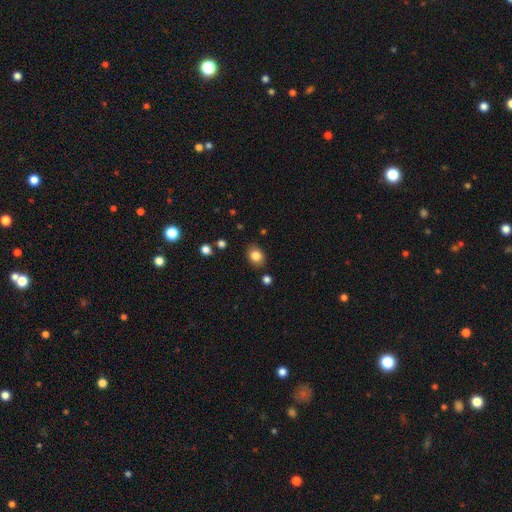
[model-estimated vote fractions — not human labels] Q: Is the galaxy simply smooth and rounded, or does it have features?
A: smooth — 83%.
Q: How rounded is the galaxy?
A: in between — 54%.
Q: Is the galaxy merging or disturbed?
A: none — 83%.